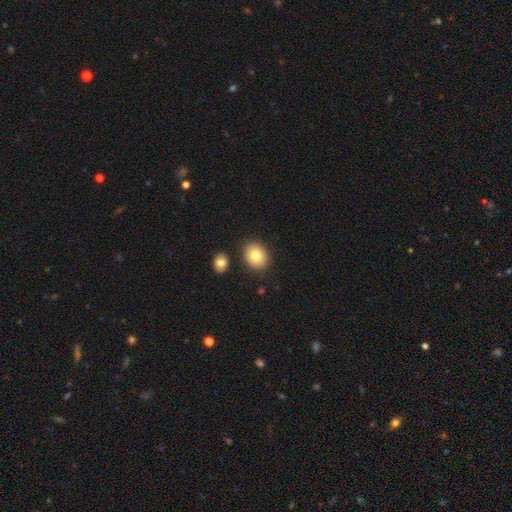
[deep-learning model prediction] smooth-or-featured: smooth: 82% | featured or disk: 10% | star or artifact: 8%
  how-rounded: round: 53% | in between: 47% | cigar-shaped: 1%
  merging: none: 84% | minor disturbance: 8% | merger: 5% | major disturbance: 2%